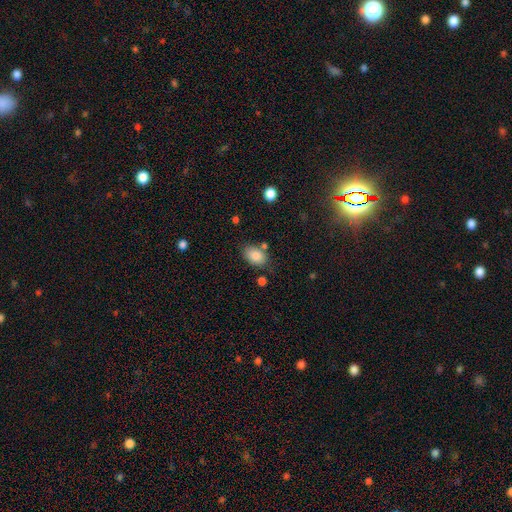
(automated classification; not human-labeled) Smooth or featured? Predicted: smooth (p=0.86). How rounded? Predicted: in between (p=0.84). Merging? Predicted: none (p=0.72).